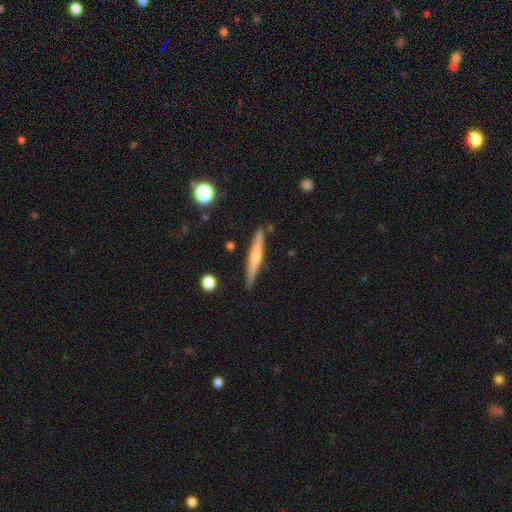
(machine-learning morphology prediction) Overall: featured or disk (48%; smooth 46%). Merging: none (86%).